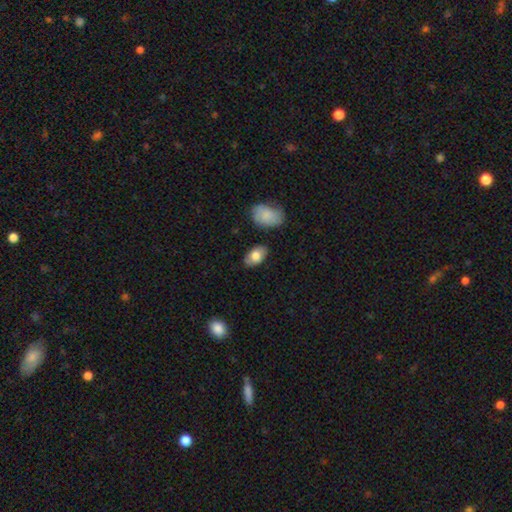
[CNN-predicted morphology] smooth-or-featured: smooth: 78% | featured or disk: 16% | star or artifact: 6%
  how-rounded: in between: 92% | round: 6% | cigar-shaped: 2%
  merging: none: 82% | minor disturbance: 12% | merger: 3% | major disturbance: 3%